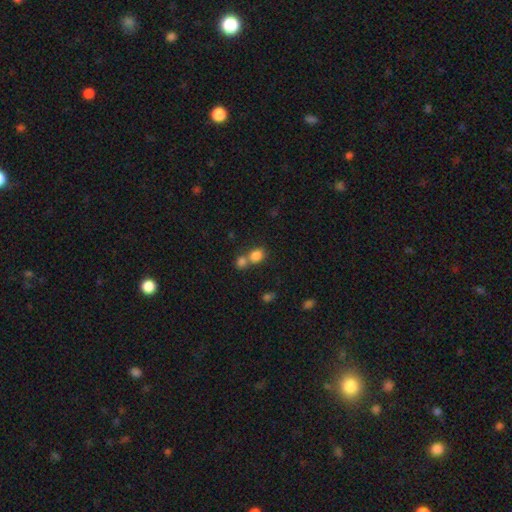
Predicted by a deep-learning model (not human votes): Smooth or featured: smooth — 82% (star or artifact — 11%)
How rounded: in between — 50% (round — 48%)
Merging: merger — 49% (none — 40%)